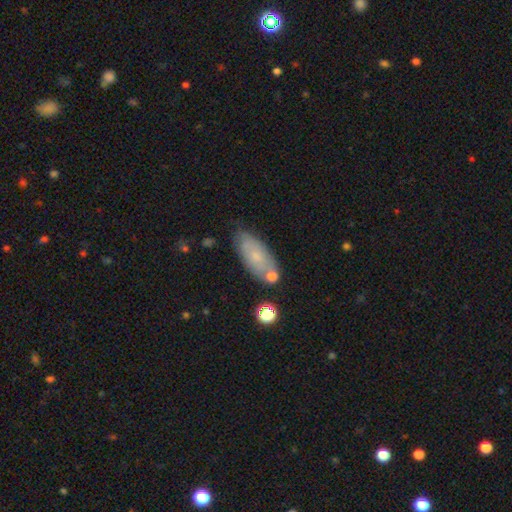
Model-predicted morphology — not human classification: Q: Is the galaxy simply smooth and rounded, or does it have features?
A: smooth — 65%.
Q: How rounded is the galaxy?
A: in between — 82%.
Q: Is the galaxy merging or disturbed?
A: none — 71%.